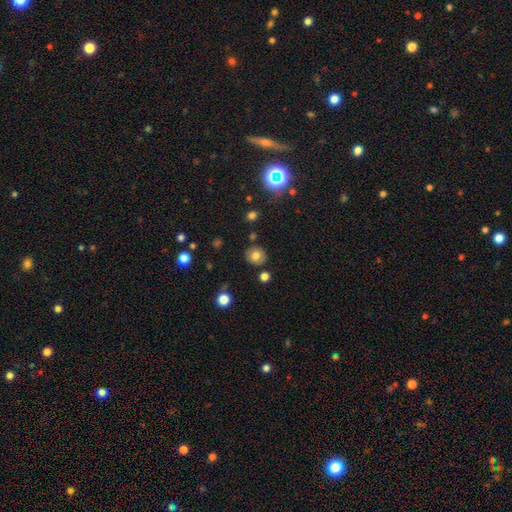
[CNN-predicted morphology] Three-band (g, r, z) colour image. It shows a smooth galaxy with no disk features (72%) that is round (81%). Merging: none (85%).